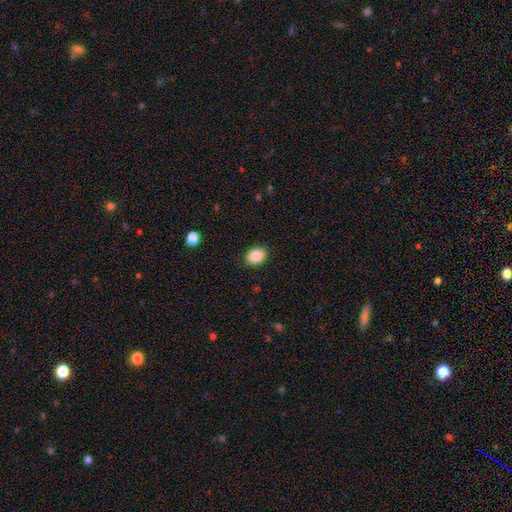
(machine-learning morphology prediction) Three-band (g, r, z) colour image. It shows a smooth galaxy with no disk features (87%) that is in between round and cigar-shaped (74%). Merging: none (88%).